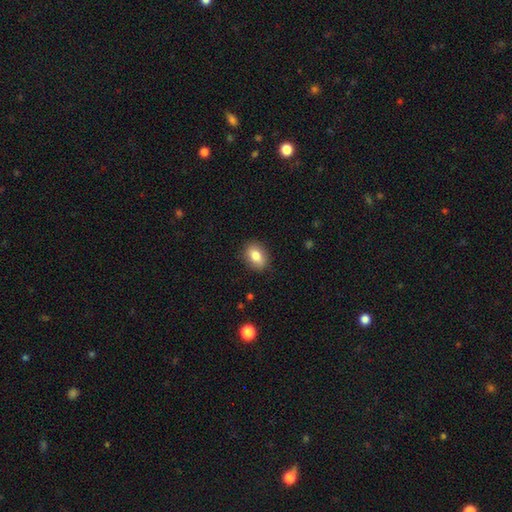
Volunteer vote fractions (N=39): This is clearly a smooth galaxy (82%). How rounded: likely in between (66%). Merging: clearly none (86%).